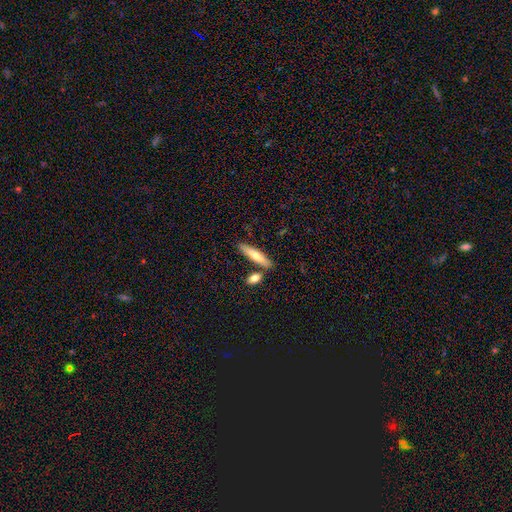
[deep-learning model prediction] smooth 67%, featured or disk 28%, star or artifact 6%. Down the decision tree: how rounded — cigar-shaped (80%); merging — none (75%).